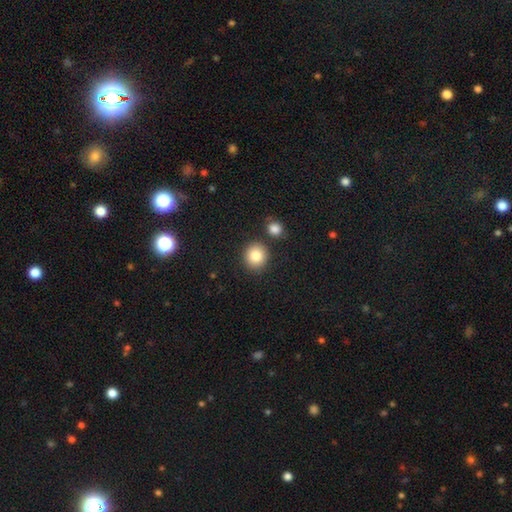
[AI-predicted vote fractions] This is clearly a smooth galaxy (85%). How rounded: clearly round (87%). Merging: clearly none (83%).